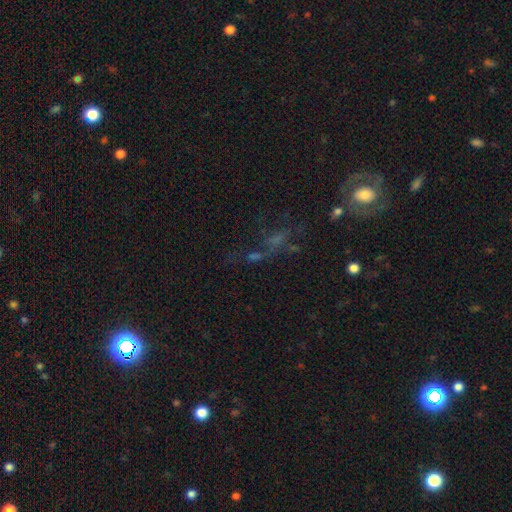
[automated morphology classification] Q: Smooth or featured?
A: star or artifact (43%); runner-up: featured or disk (30%)